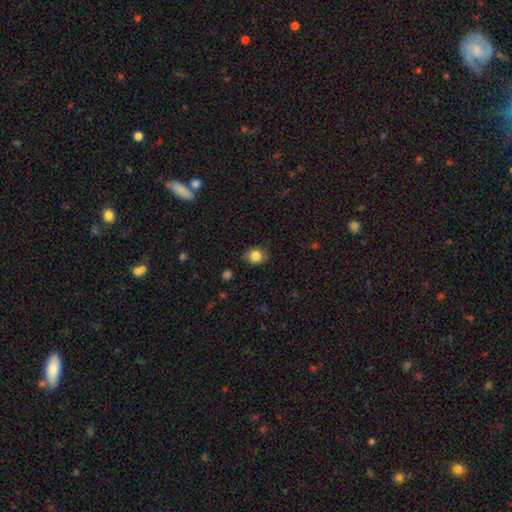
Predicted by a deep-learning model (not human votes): Smooth or featured? smooth (83%)
How rounded? round (56%)
Merging? none (80%)